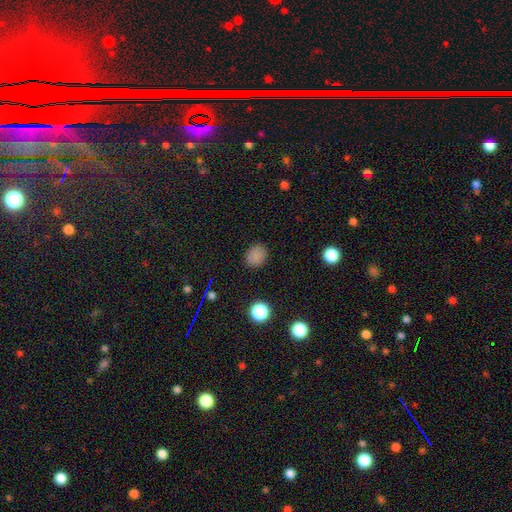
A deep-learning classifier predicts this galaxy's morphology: This appears to be a smooth galaxy with no disk features (82%) that is round (63%). Merging: none (87%).